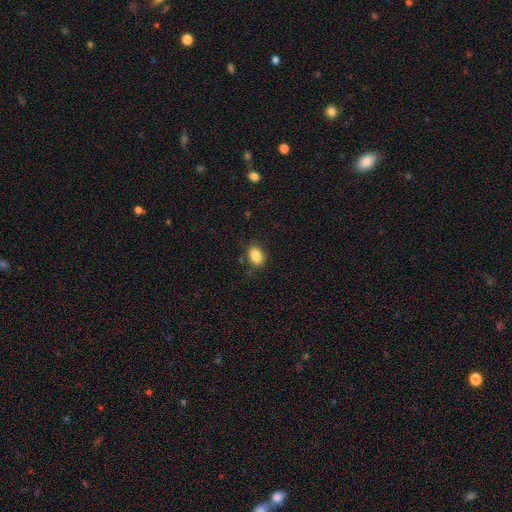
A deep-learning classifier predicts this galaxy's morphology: smooth-or-featured: smooth: 86% | star or artifact: 9% | featured or disk: 5%
  how-rounded: in between: 83% | round: 16% | cigar-shaped: 1%
  merging: none: 82% | minor disturbance: 13% | major disturbance: 3% | merger: 2%